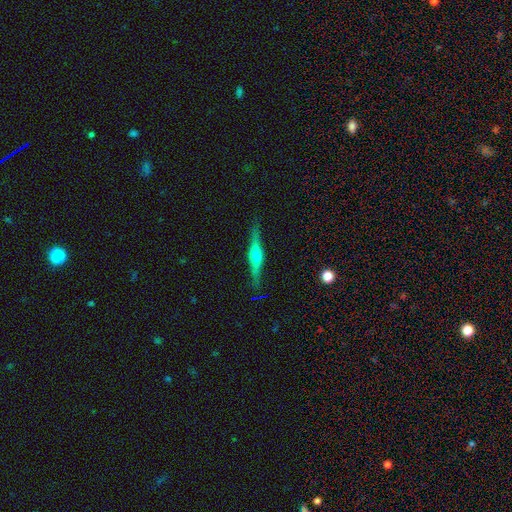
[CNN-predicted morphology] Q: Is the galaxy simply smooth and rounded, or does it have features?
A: featured or disk — 76%.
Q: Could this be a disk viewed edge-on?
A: yes — 98%.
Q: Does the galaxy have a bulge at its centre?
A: rounded — 90%.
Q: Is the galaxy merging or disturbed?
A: none — 88%.